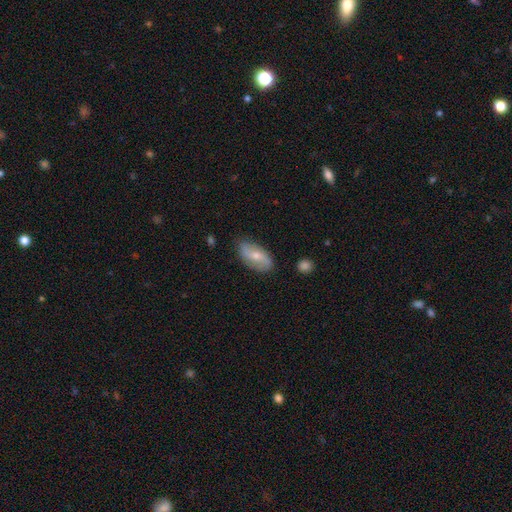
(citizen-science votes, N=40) featured or disk 55%, smooth 38%, star or artifact 8%. Down the decision tree: edge-on disk — no (100%); bar — no (73%); spiral arms — yes (73%); spiral arm count — 2 (94%); spiral winding — loose (56%); bulge size — moderate (64%); merging — none (86%).